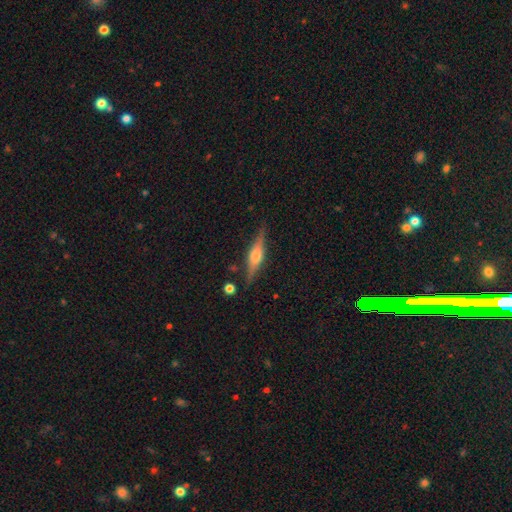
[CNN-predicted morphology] featured or disk 70%, smooth 23%, star or artifact 7%. Down the decision tree: edge-on disk — yes (96%); edge-on bulge — rounded (84%); merging — none (85%).